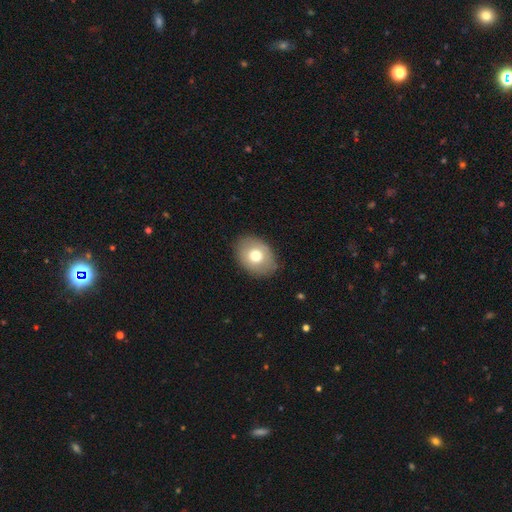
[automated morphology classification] Smooth or featured?
  - smooth: 70% *
  - featured or disk: 22%
  - star or artifact: 8%
How rounded?
  - in between: 68% *
  - round: 31%
  - cigar-shaped: 1%
Merging?
  - none: 83% *
  - minor disturbance: 13%
  - major disturbance: 3%
  - merger: 1%